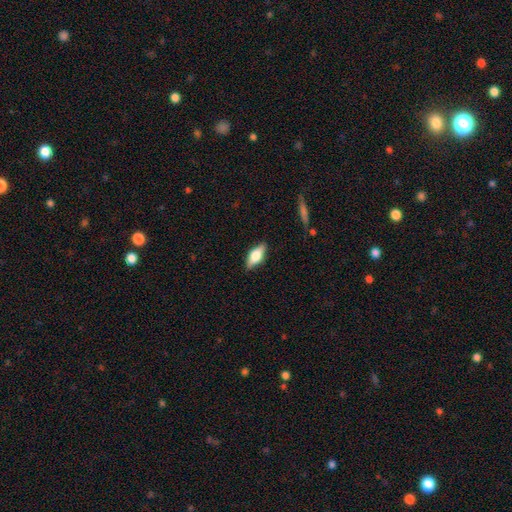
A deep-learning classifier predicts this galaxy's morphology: This appears to be a smooth galaxy with no disk features (56%) that is in between round and cigar-shaped (78%). Merging: none (85%).